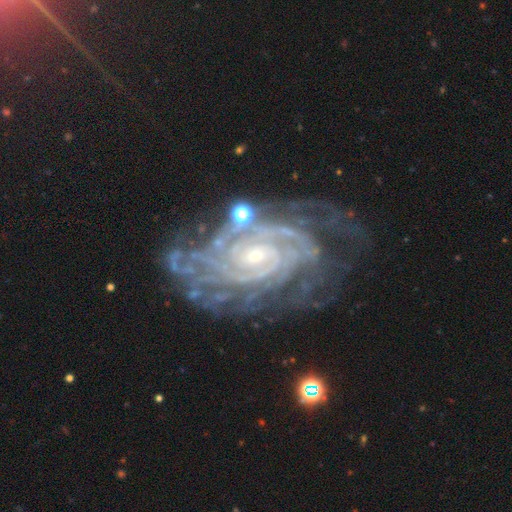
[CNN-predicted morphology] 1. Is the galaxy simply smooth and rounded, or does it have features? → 92% featured or disk, 5% star or artifact, 3% smooth.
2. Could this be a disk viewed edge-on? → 97% no, 3% yes.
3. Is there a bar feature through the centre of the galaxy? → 57% no, 29% weak, 13% strong.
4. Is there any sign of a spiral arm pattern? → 98% yes, 2% no.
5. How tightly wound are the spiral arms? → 81% tight, 16% medium, 2% loose.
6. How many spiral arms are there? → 21% can't tell, 19% 4, 18% more than 4, 17% 2, 16% 3, 8% 1.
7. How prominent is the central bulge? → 77% small, 19% moderate, 2% none, 1% large, 1% dominant.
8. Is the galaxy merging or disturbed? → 65% none, 20% minor disturbance, 11% major disturbance, 4% merger.